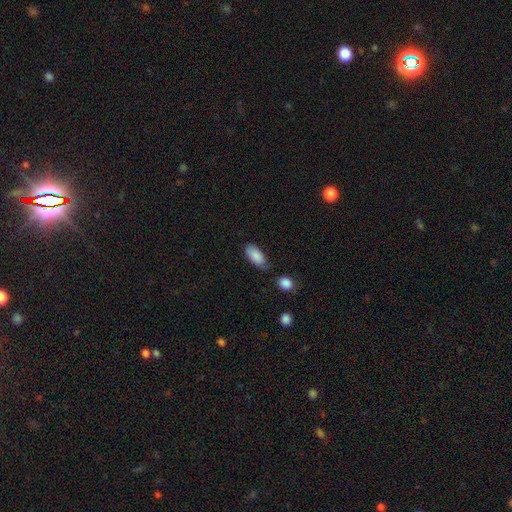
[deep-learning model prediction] This appears to be a smooth galaxy with no disk features (86%) that is in between round and cigar-shaped (90%). Merging: none (62%).